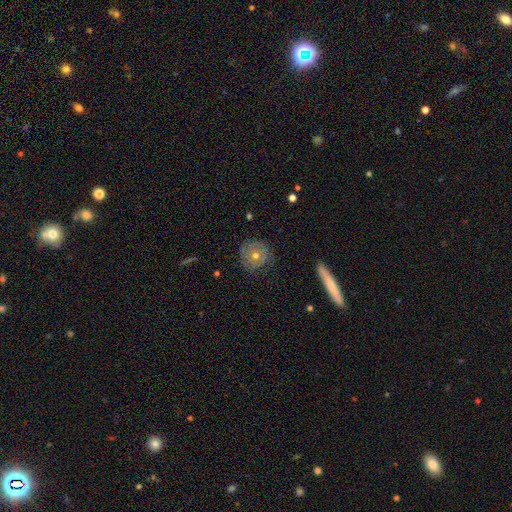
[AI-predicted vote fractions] Q: Smooth or featured?
A: featured or disk (57%); runner-up: smooth (34%)
Q: Edge-on disk?
A: no (92%); runner-up: yes (8%)
Q: Bar?
A: no (87%); runner-up: weak (10%)
Q: Spiral arms?
A: yes (54%); runner-up: no (46%)
Q: Bulge size?
A: moderate (63%); runner-up: small (33%)
Q: Merging?
A: none (79%); runner-up: minor disturbance (15%)